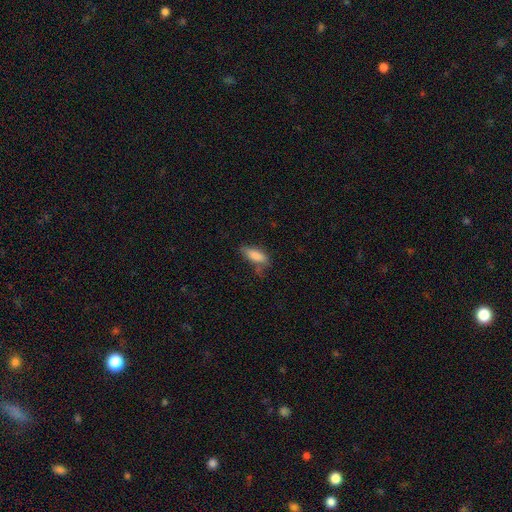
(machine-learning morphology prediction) smooth_or_featured: smooth (p=0.84) [alt: featured or disk p=0.08]
how_rounded: in between (p=0.73) [alt: cigar-shaped p=0.25]
merging: none (p=0.57) [alt: minor disturbance p=0.28]